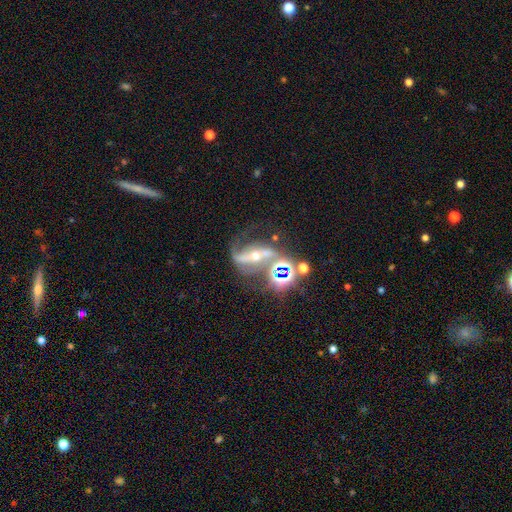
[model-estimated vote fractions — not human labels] A featured or disk galaxy (71%) with a strong bar (61%), 2 (87%) loose (57%) spiral arms (91%) and a moderate central bulge (51%). Merging: none (50%).